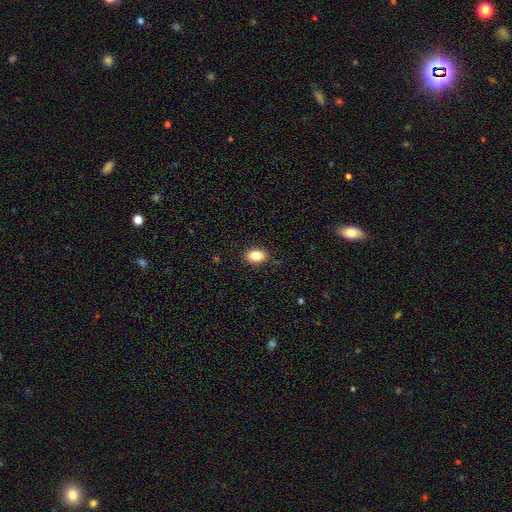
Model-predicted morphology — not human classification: Q: Smooth or featured?
A: smooth (84%); runner-up: star or artifact (9%)
Q: How rounded?
A: in between (85%); runner-up: round (13%)
Q: Merging?
A: none (88%); runner-up: minor disturbance (9%)